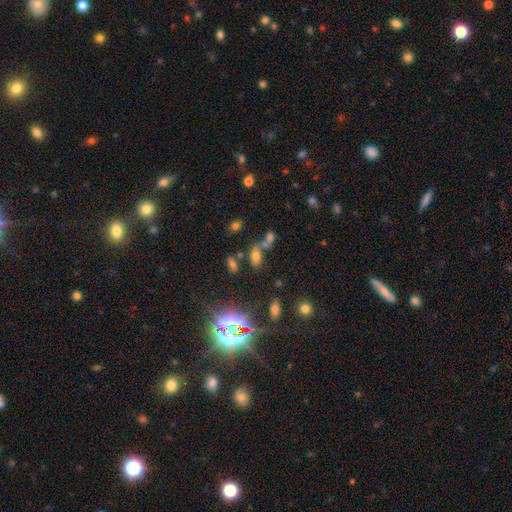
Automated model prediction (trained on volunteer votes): Smooth or featured? Predicted: smooth (p=0.62). How rounded? Predicted: in between (p=0.85). Merging? Predicted: none (p=0.51).